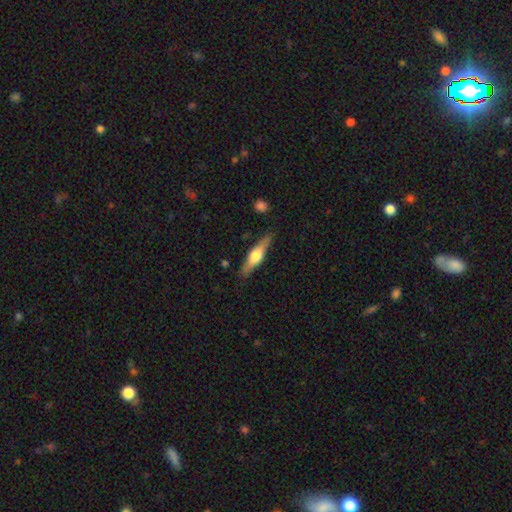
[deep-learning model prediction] featured or disk 59%, smooth 35%, star or artifact 5%. Down the decision tree: edge-on disk — yes (95%); edge-on bulge — rounded (91%); merging — none (85%).